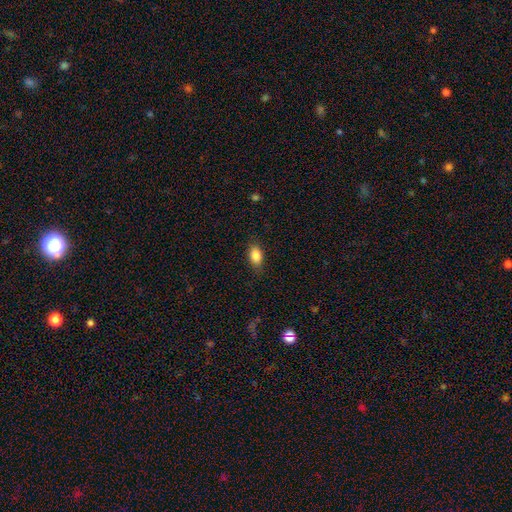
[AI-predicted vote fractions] Smooth or featured? smooth (87%)
How rounded? in between (88%)
Merging? none (81%)